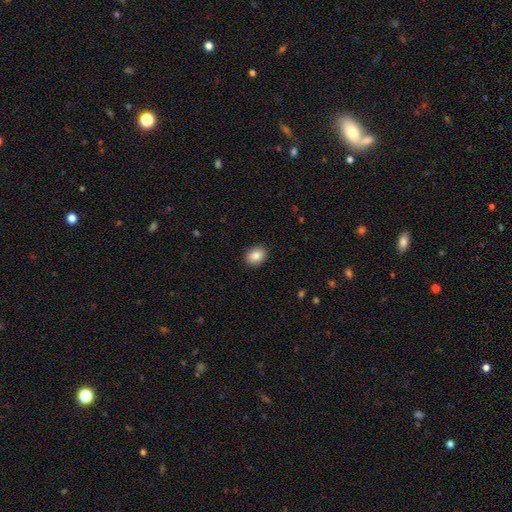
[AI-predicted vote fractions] Smooth or featured? Predicted: smooth (p=0.86). How rounded? Predicted: in between (p=0.51). Merging? Predicted: none (p=0.90).